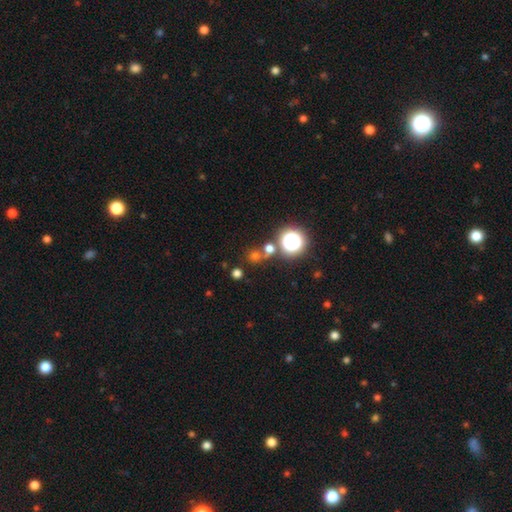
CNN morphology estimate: smooth 49%, star or artifact 43%, featured or disk 8%. Down the decision tree: merging — none (71%).